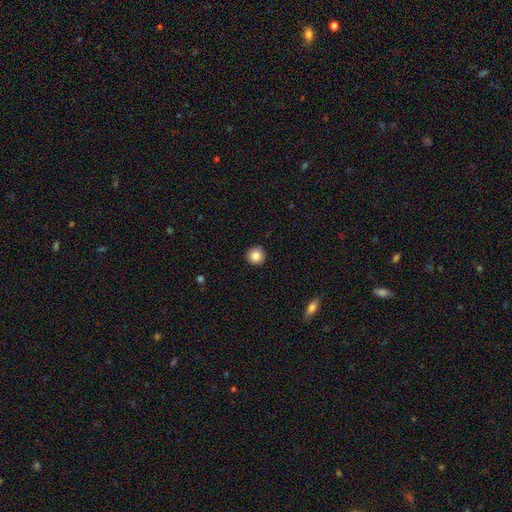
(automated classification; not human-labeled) A smooth galaxy with no disk features (84%) that is round (95%).

Vote fractions:
- Smooth or featured? smooth: 84% / star or artifact: 9% / featured or disk: 6%
- How rounded? round: 95% / in between: 4% / cigar-shaped: 1%
- Merging? none: 92% / minor disturbance: 5% / major disturbance: 1% / merger: 1%